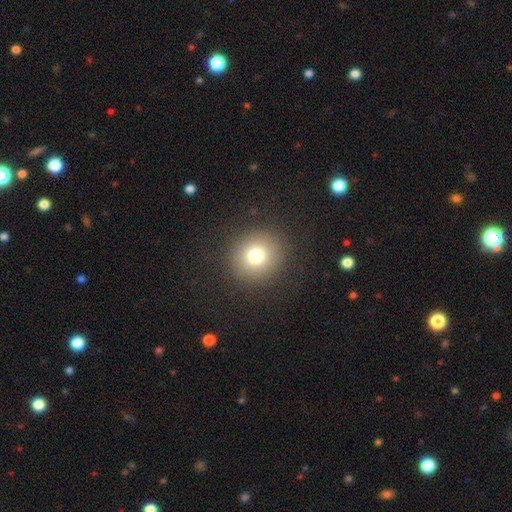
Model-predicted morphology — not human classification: The model was most divided on "smooth or featured": smooth: 75%, star or artifact: 15%, featured or disk: 10%. More confident: how rounded — round (91%); merging — none (90%).